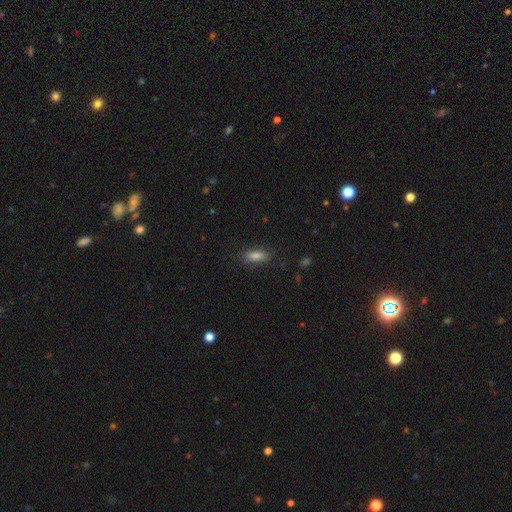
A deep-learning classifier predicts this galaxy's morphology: Q: Smooth or featured?
A: smooth (80%); runner-up: star or artifact (12%)
Q: How rounded?
A: in between (82%); runner-up: cigar-shaped (13%)
Q: Merging?
A: none (85%); runner-up: minor disturbance (11%)